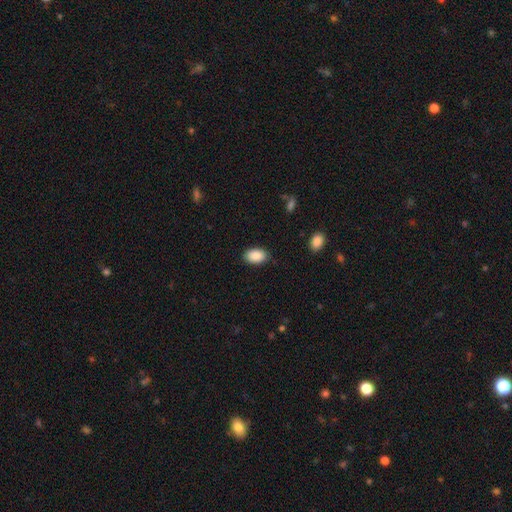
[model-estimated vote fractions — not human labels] smooth_or_featured: smooth (p=0.90) [alt: star or artifact p=0.07]
how_rounded: in between (p=0.92) [alt: round p=0.07]
merging: none (p=0.86) [alt: minor disturbance p=0.10]